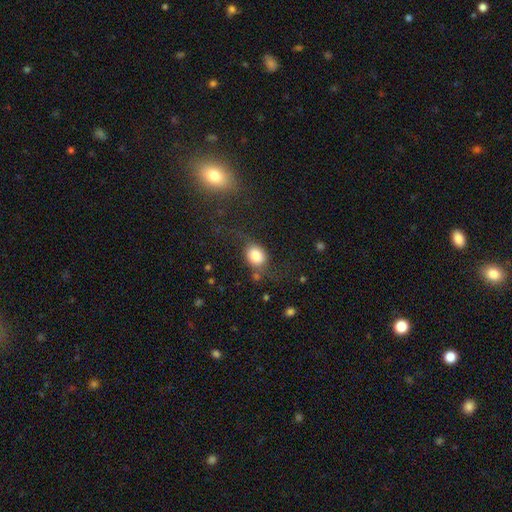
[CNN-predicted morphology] smooth-or-featured: smooth: 79% | featured or disk: 12% | star or artifact: 9%
  how-rounded: round: 50% | in between: 49% | cigar-shaped: 1%
  merging: none: 57% | minor disturbance: 22% | major disturbance: 16% | merger: 5%